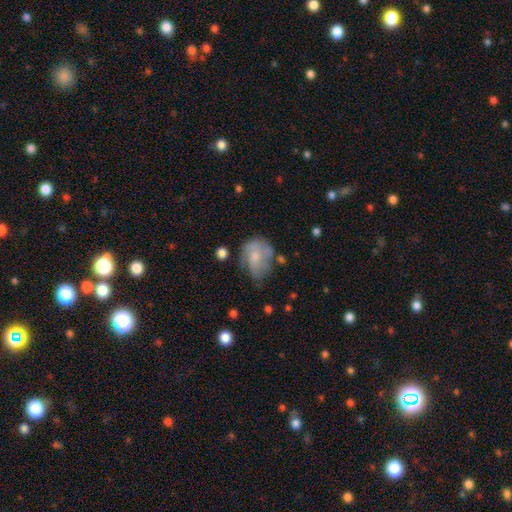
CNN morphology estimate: This is possibly a featured or disk galaxy (51%). It is clearly not viewed edge-on (97%). Merging: marginally none (43%).